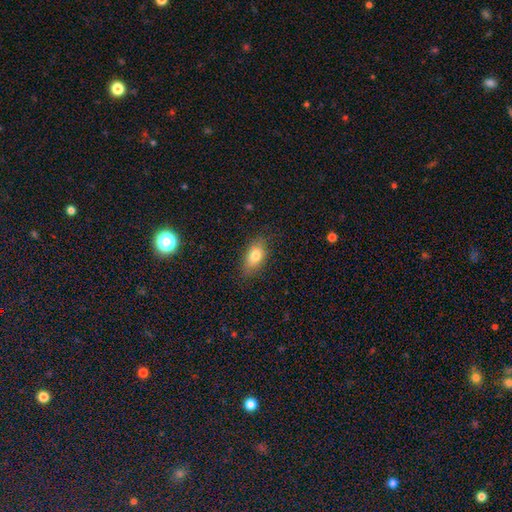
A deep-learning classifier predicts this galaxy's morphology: smooth-or-featured: smooth: 76% | featured or disk: 14% | star or artifact: 10%
  how-rounded: in between: 84% | round: 8% | cigar-shaped: 7%
  merging: none: 79% | minor disturbance: 16% | major disturbance: 4% | merger: 1%